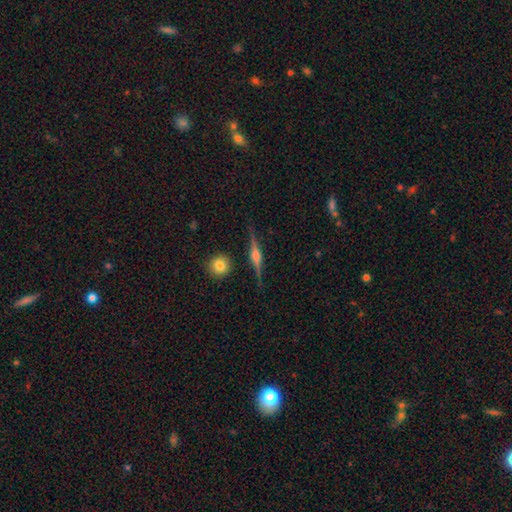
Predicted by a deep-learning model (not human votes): featured or disk 81%, smooth 13%, star or artifact 7%. Down the decision tree: edge-on disk — yes (98%); edge-on bulge — rounded (88%); merging — none (87%).